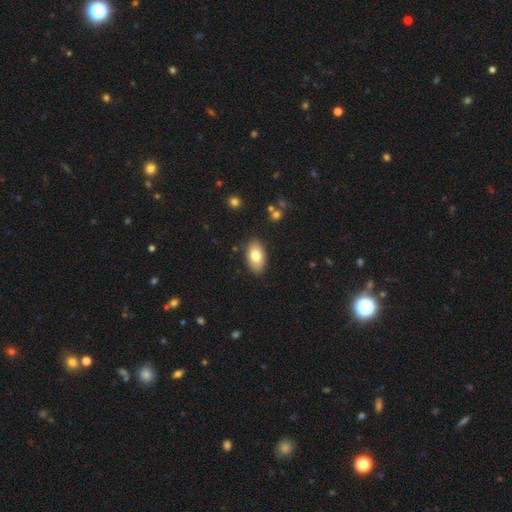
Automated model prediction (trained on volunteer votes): Smooth or featured? smooth (79%)
How rounded? in between (93%)
Merging? none (86%)